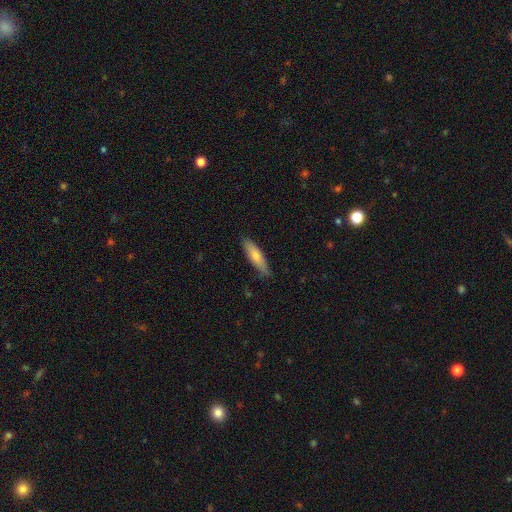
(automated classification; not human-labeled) Morphology: type=smooth (75%); roundness=cigar-shaped (66%); merging=none (81%).